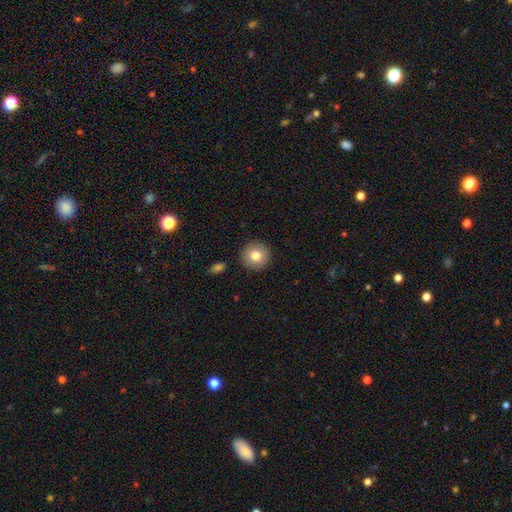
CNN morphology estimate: Q: Smooth or featured?
A: smooth (81%); runner-up: featured or disk (10%)
Q: How rounded?
A: round (93%); runner-up: in between (6%)
Q: Merging?
A: none (90%); runner-up: minor disturbance (6%)